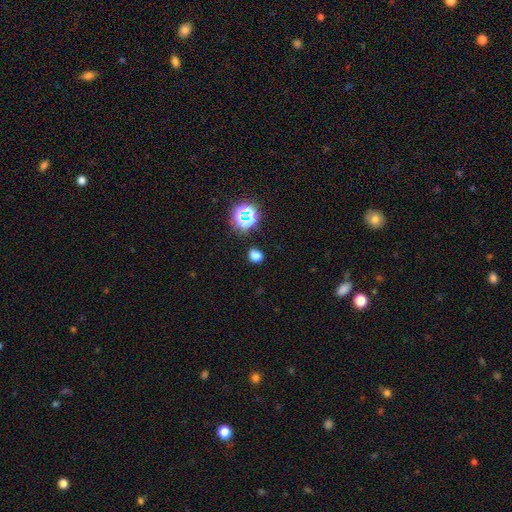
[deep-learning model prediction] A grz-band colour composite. It shows a smooth galaxy with no disk features (73%) that is round (63%). Merging: none (82%).